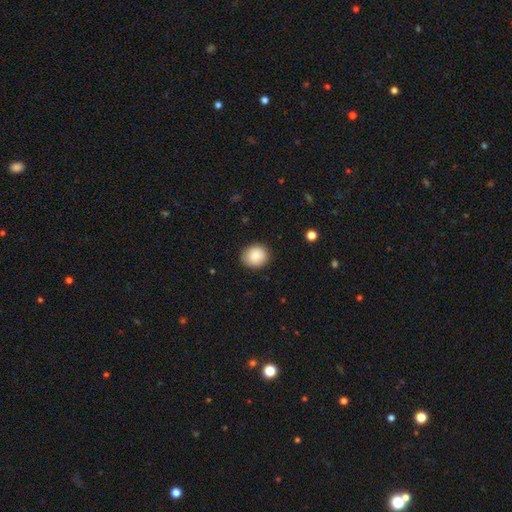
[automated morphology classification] A smooth galaxy with no disk features (86%) that is round (81%). Merging: none (86%).